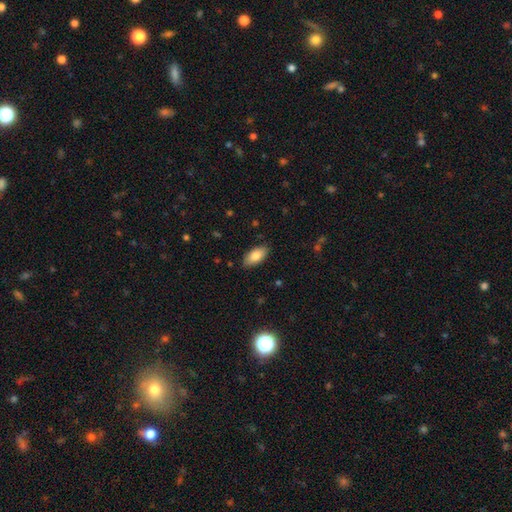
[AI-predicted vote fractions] Smooth or featured? smooth (82%)
How rounded? in between (91%)
Merging? none (86%)